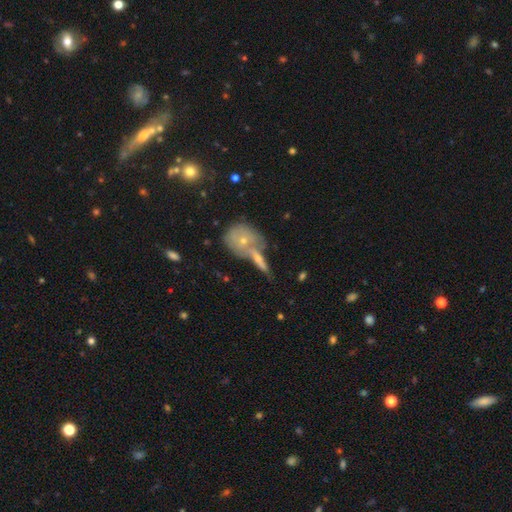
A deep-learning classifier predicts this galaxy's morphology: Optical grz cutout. It shows a featured or disk galaxy (46%). Merging: none (49%).